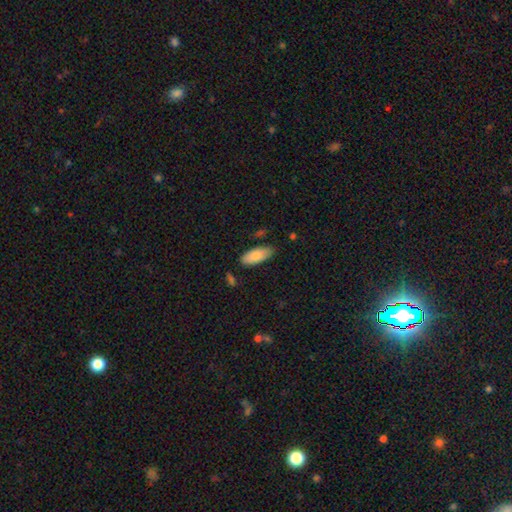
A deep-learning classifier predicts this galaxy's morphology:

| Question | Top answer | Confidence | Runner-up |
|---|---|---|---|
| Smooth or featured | smooth | 85% | featured or disk (9%) |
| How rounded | in between | 84% | cigar-shaped (15%) |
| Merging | none | 77% | minor disturbance (17%) |